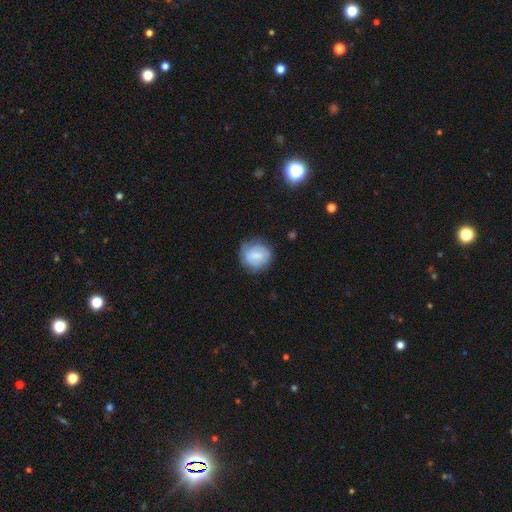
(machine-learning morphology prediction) The model was most divided on "smooth or featured": smooth: 70%, featured or disk: 22%, star or artifact: 8%. More confident: how rounded — round (79%); merging — none (74%).